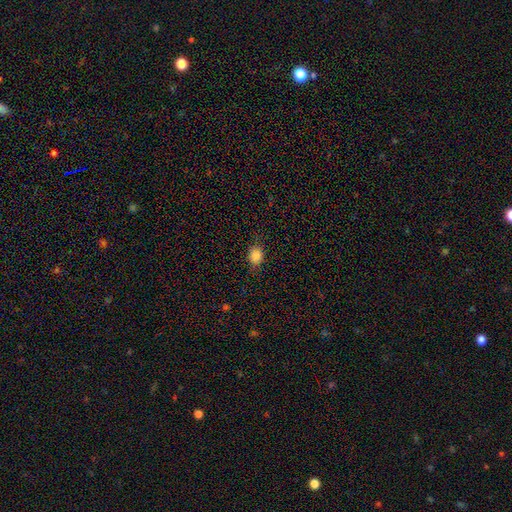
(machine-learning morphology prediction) Smooth or featured? smooth (85%)
How rounded? in between (50%)
Merging? none (83%)